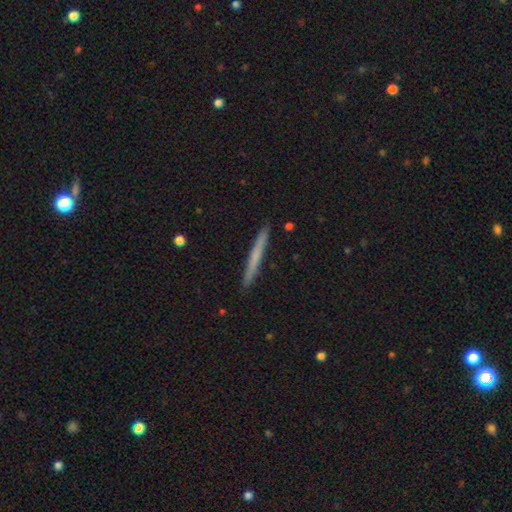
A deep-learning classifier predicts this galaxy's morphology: Smooth or featured? Predicted: smooth (p=0.58). How rounded? Predicted: cigar-shaped (p=0.97). Merging? Predicted: none (p=0.93).